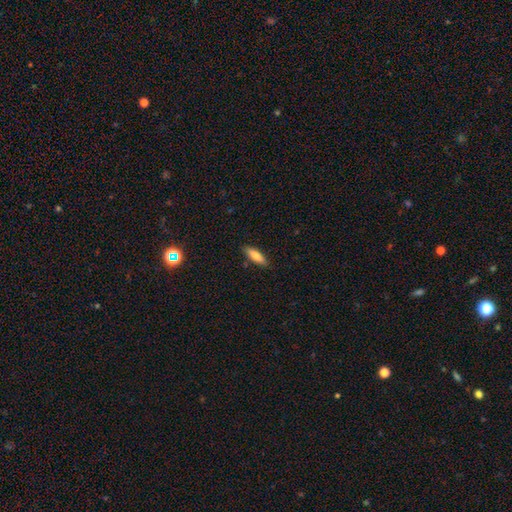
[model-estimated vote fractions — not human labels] This appears to be a smooth galaxy with no disk features (79%) that is cigar-shaped (50%). Merging: none (86%).